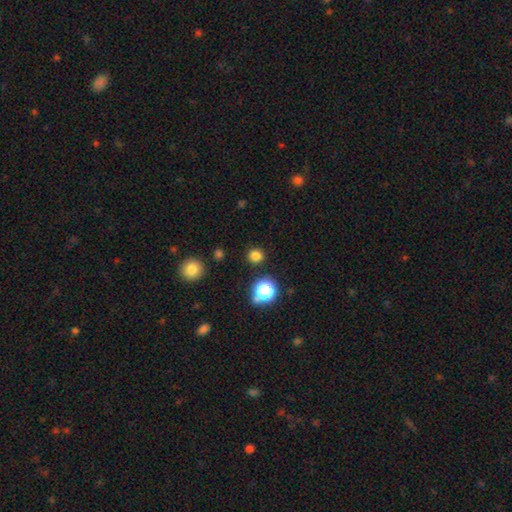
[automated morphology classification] Smooth or featured? Predicted: smooth (p=0.78). How rounded? Predicted: round (p=0.92). Merging? Predicted: none (p=0.89).